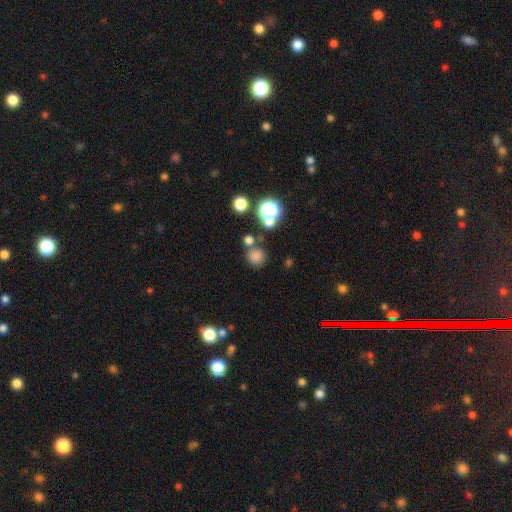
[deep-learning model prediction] Overall: smooth (73%). How rounded: round (90%). Merging: none (70%).